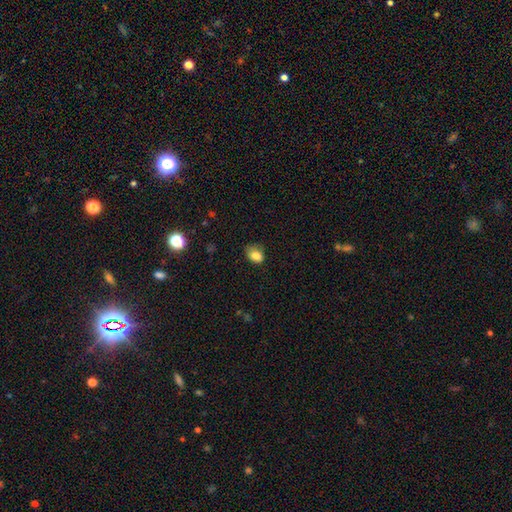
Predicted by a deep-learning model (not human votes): smooth 82%, star or artifact 10%, featured or disk 8%. Down the decision tree: how rounded — in between (66%); merging — none (49%).